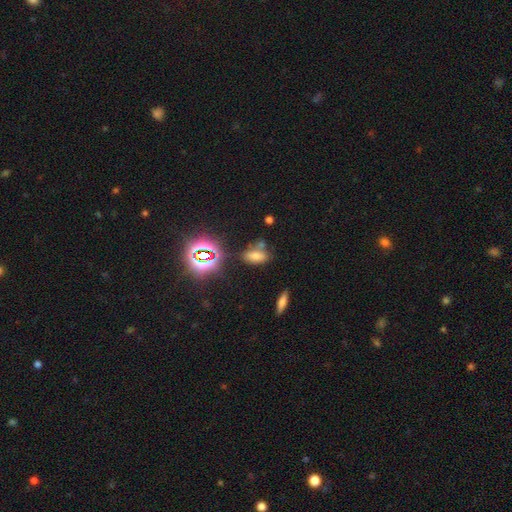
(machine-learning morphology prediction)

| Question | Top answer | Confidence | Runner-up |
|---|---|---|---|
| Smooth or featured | smooth | 61% | star or artifact (28%) |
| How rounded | in between | 84% | round (8%) |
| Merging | none | 66% | minor disturbance (16%) |